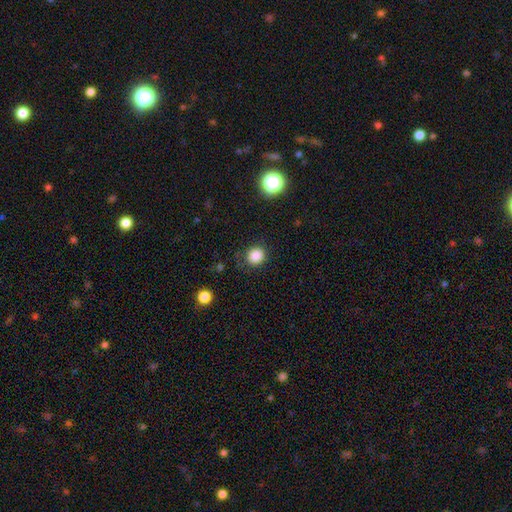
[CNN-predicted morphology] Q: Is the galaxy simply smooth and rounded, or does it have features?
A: smooth — 85%.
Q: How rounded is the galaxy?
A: round — 85%.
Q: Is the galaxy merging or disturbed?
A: none — 83%.